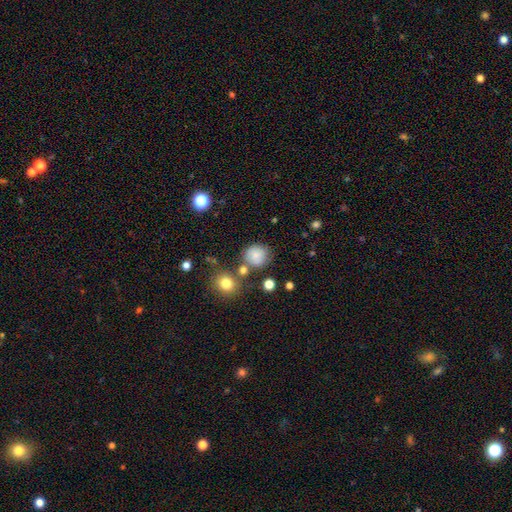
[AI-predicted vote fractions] smooth_or_featured: smooth (p=0.79) [alt: star or artifact p=0.11]
how_rounded: round (p=0.88) [alt: in between p=0.11]
merging: none (p=0.69) [alt: minor disturbance p=0.17]